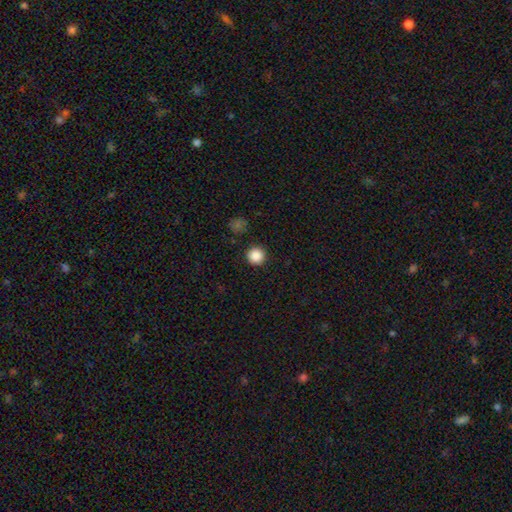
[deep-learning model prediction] smooth_or_featured: smooth (p=0.87) [alt: star or artifact p=0.10]
how_rounded: round (p=0.96) [alt: in between p=0.03]
merging: none (p=0.92) [alt: minor disturbance p=0.05]